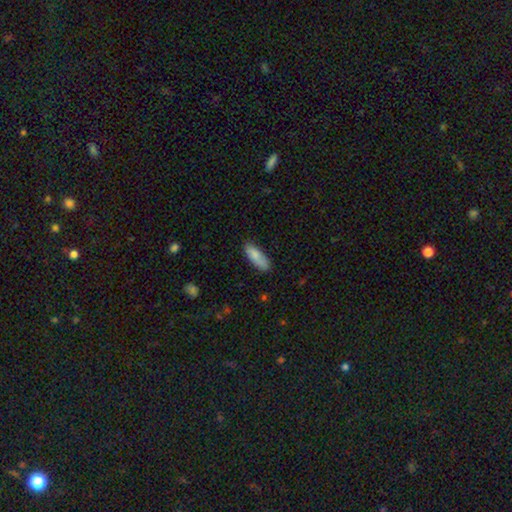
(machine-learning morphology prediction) Smooth or featured?
  - smooth: 86% *
  - featured or disk: 8%
  - star or artifact: 6%
How rounded?
  - in between: 64% *
  - cigar-shaped: 35%
  - round: 2%
Merging?
  - none: 76% *
  - minor disturbance: 19%
  - major disturbance: 3%
  - merger: 2%